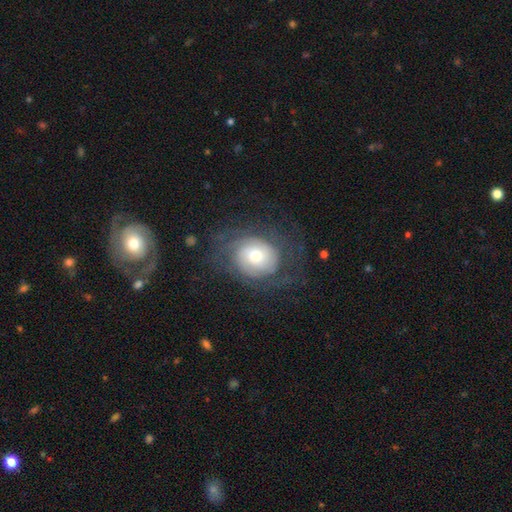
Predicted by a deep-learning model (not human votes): A featured or disk galaxy (69%) with no bar (74%), tight (57%) spiral arms (87%) and a moderate central bulge (56%).

Vote fractions:
- Smooth or featured? featured or disk: 69% / smooth: 23% / star or artifact: 8%
- Edge-on disk? no: 97% / yes: 3%
- Bar? no: 74% / weak: 21% / strong: 5%
- Spiral arms? yes: 87% / no: 13%
- Spiral winding? tight: 57% / medium: 30% / loose: 13%
- Spiral arm count? can't tell: 40% / 2: 33% / 3: 11% / 1: 6% / 4: 5% / more than 4: 4%
- Bulge size? moderate: 56% / small: 27% / large: 14% / dominant: 2% / none: 1%
- Merging? none: 64% / major disturbance: 17% / minor disturbance: 17% / merger: 2%